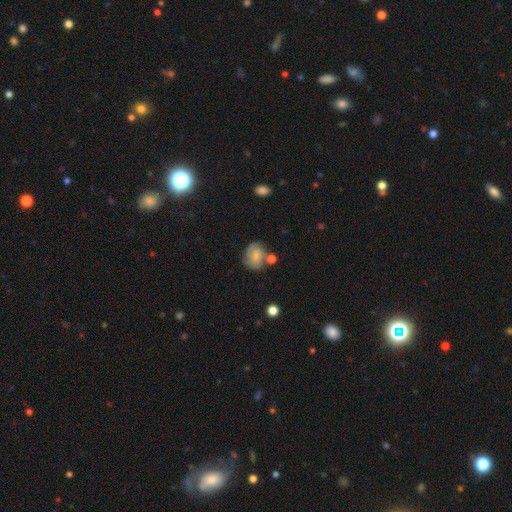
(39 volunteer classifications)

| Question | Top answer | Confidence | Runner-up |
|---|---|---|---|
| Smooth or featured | smooth | 72% | featured or disk (23%) |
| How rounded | in between | 57% | round (39%) |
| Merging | none | 49% | minor disturbance (24%) |